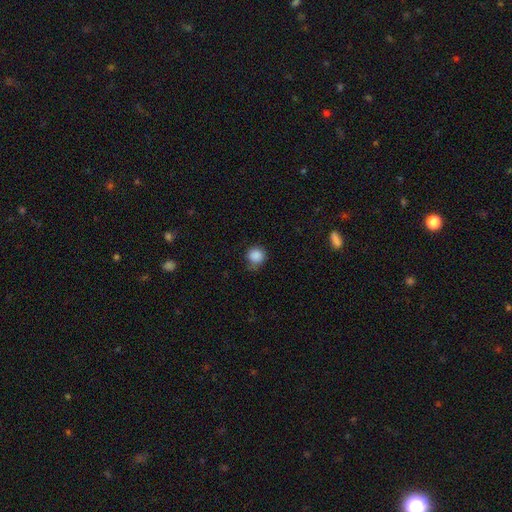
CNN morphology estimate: smooth_or_featured: smooth (p=0.88) [alt: star or artifact p=0.09]
how_rounded: round (p=0.91) [alt: in between p=0.08]
merging: none (p=0.72) [alt: minor disturbance p=0.21]